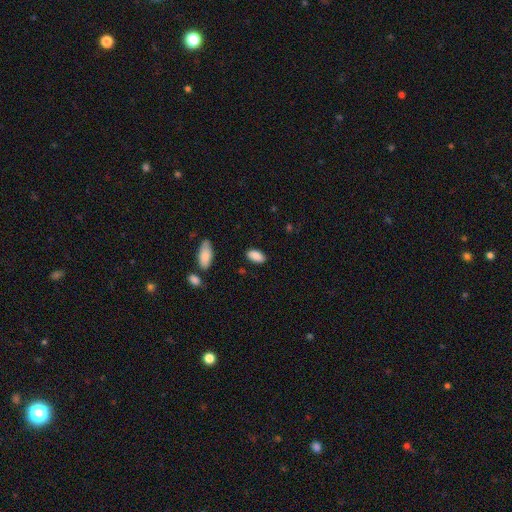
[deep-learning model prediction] Smooth or featured? Predicted: smooth (p=0.88). How rounded? Predicted: in between (p=0.93). Merging? Predicted: none (p=0.85).